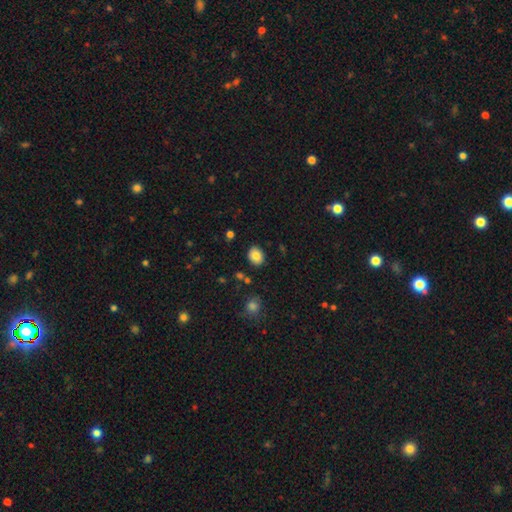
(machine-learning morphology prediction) Smooth or featured: smooth — 83% (star or artifact — 9%)
How rounded: round — 53% (in between — 46%)
Merging: none — 87% (minor disturbance — 8%)